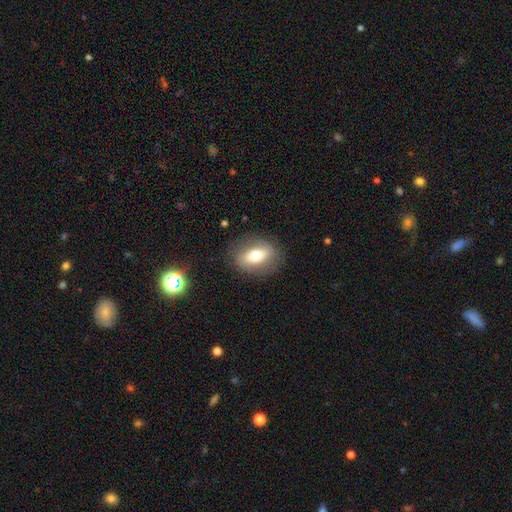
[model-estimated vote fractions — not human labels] The model was most divided on "smooth or featured": smooth: 63%, featured or disk: 29%, star or artifact: 8%. More confident: merging — none (81%); how rounded — in between (80%).